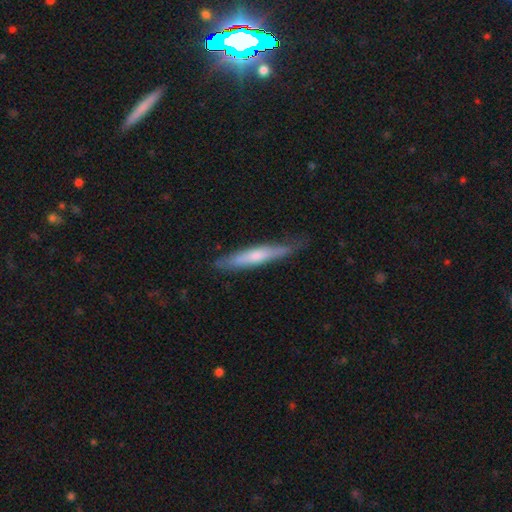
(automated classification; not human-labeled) Smooth or featured? smooth (55%)
How rounded? cigar-shaped (92%)
Merging? none (75%)